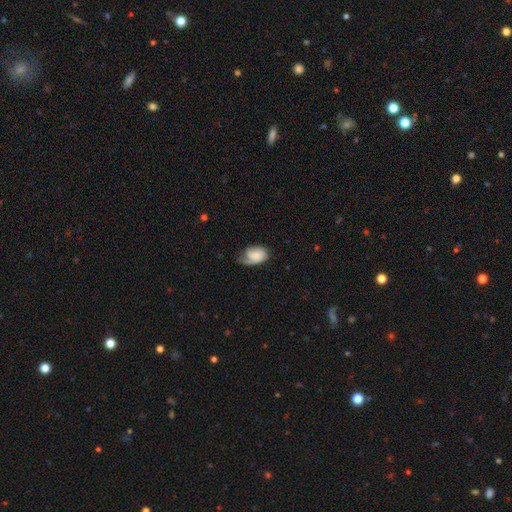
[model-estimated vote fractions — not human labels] This appears to be a smooth galaxy with no disk features (54%) that is in between round and cigar-shaped (84%). Merging: none (40%).